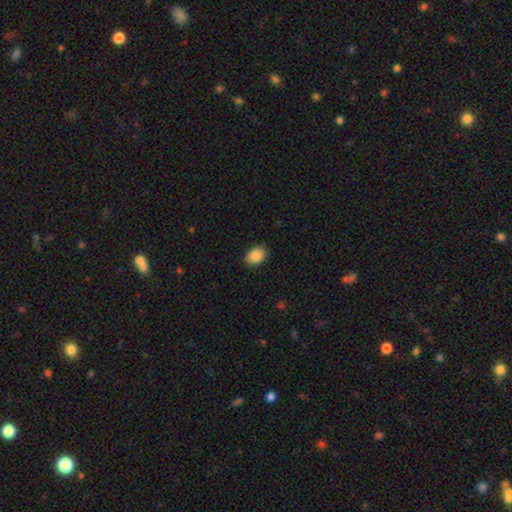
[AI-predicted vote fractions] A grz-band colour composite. It shows a smooth galaxy with no disk features (89%) that is in between round and cigar-shaped (79%). Merging: none (87%).